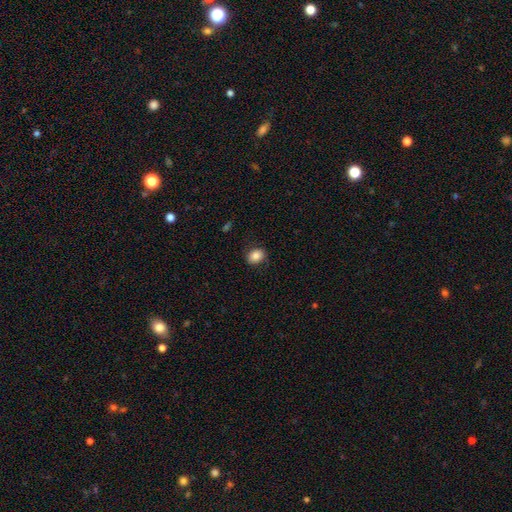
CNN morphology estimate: Smooth or featured? smooth (85%)
How rounded? in between (52%)
Merging? none (83%)